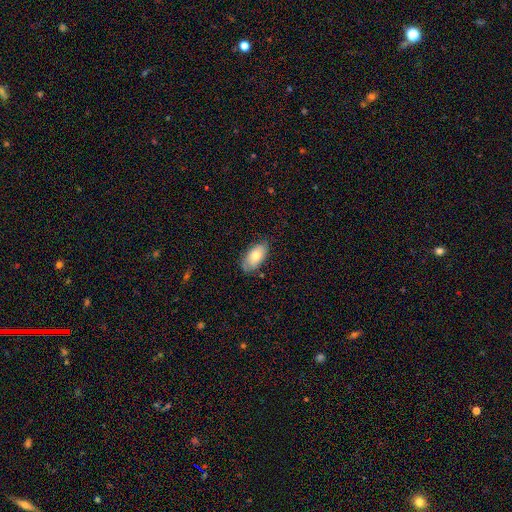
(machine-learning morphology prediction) This appears to be a smooth galaxy with no disk features (74%) that is in between round and cigar-shaped (94%). Merging: none (75%).